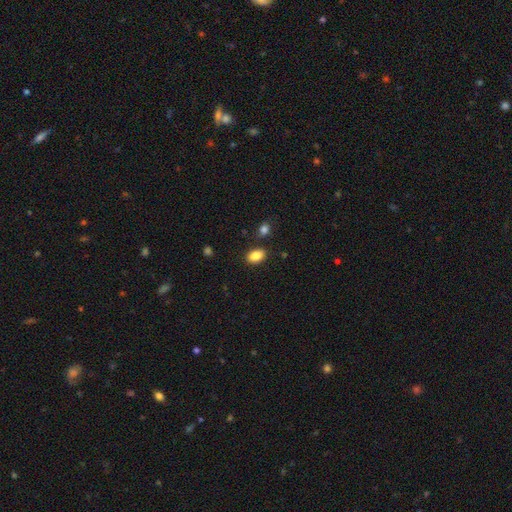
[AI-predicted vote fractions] A smooth galaxy with no disk features (87%) that is in between round and cigar-shaped (89%).

Vote fractions:
- Smooth or featured? smooth: 87% / star or artifact: 8% / featured or disk: 5%
- How rounded? in between: 89% / round: 10% / cigar-shaped: 2%
- Merging? none: 84% / minor disturbance: 10% / merger: 4% / major disturbance: 3%